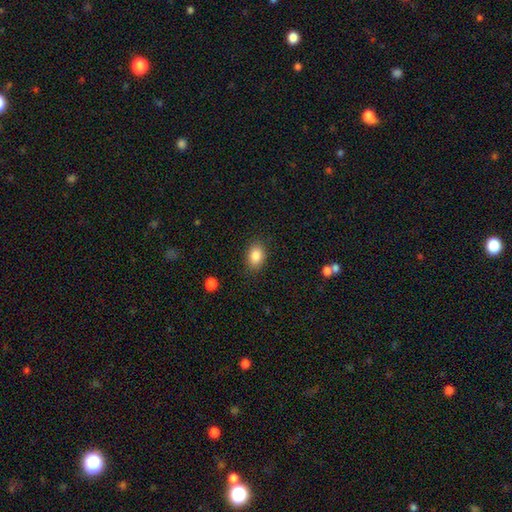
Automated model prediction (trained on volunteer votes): A smooth galaxy with no disk features (85%) that is in between round and cigar-shaped (77%). Merging: none (86%).